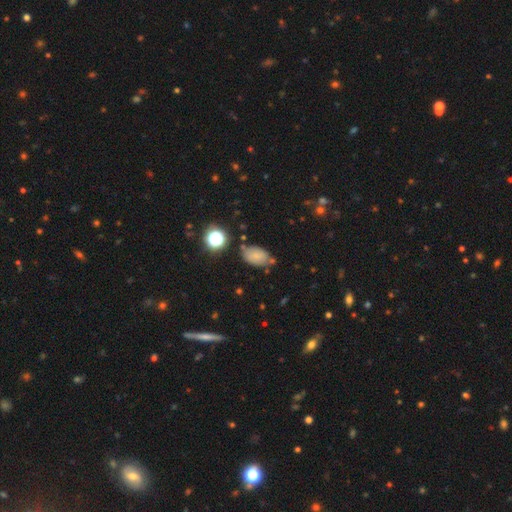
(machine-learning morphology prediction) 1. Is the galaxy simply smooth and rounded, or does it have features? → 77% smooth, 13% star or artifact, 10% featured or disk.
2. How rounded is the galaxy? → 89% in between, 9% round, 2% cigar-shaped.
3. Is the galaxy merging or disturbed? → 68% none, 20% minor disturbance, 7% merger, 5% major disturbance.